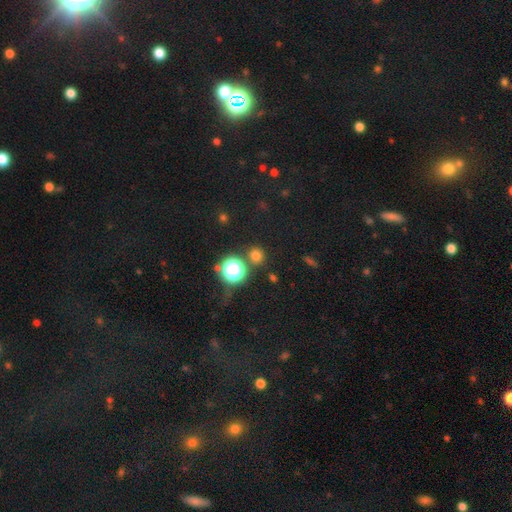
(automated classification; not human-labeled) A smooth galaxy with no disk features (70%) that is round (90%).

Vote fractions:
- Smooth or featured? smooth: 70% / star or artifact: 25% / featured or disk: 5%
- How rounded? round: 90% / in between: 8% / cigar-shaped: 1%
- Merging? none: 84% / minor disturbance: 7% / merger: 5% / major disturbance: 3%